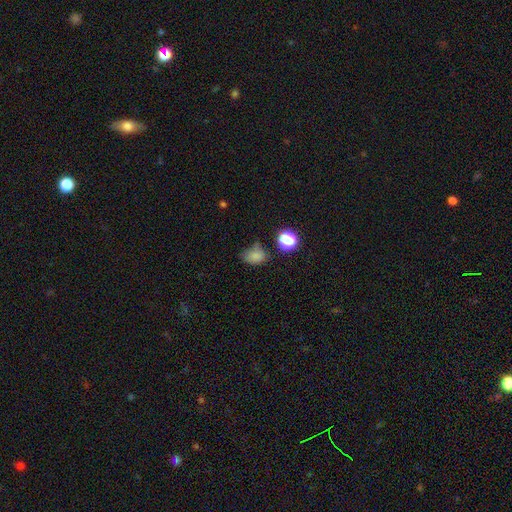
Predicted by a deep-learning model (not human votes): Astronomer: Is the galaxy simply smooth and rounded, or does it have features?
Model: smooth — 77%.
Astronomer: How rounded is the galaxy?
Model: in between — 64%.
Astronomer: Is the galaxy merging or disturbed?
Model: none — 52% (runner-up: minor disturbance, 31%).